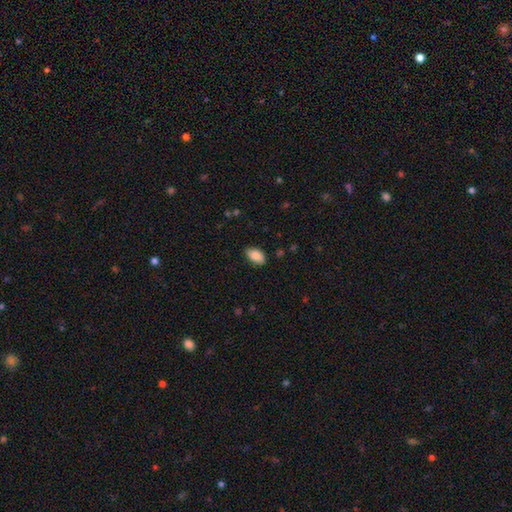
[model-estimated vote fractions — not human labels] Smooth or featured: smooth — 86% (featured or disk — 7%)
How rounded: in between — 93% (round — 4%)
Merging: none — 83% (minor disturbance — 13%)